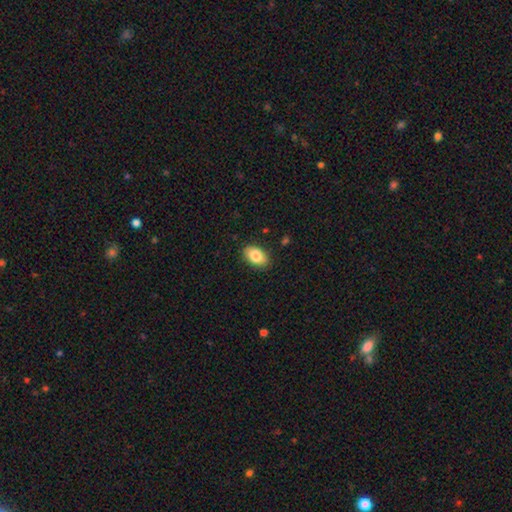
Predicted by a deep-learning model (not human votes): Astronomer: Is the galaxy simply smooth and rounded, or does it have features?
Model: smooth — 84%.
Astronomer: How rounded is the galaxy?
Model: in between — 90%.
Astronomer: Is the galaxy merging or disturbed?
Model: none — 87%.